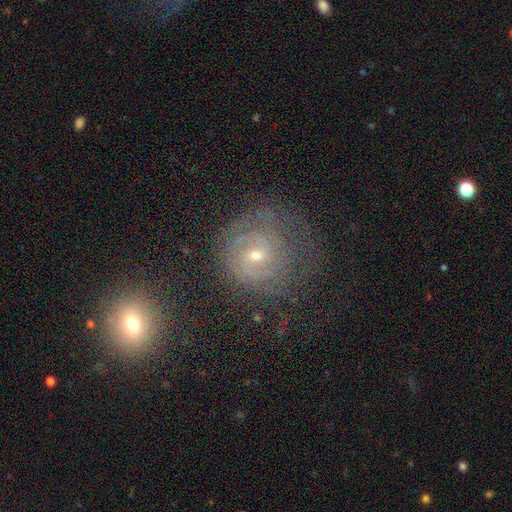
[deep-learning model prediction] Smooth or featured? featured or disk (77%)
Edge-on disk? no (97%)
Bar? no (45%, tied with weak)
Spiral arms? yes (88%)
Spiral winding? tight (61%)
Spiral arm count? 2 (41%)
Bulge size? small (53%)
Merging? none (64%)